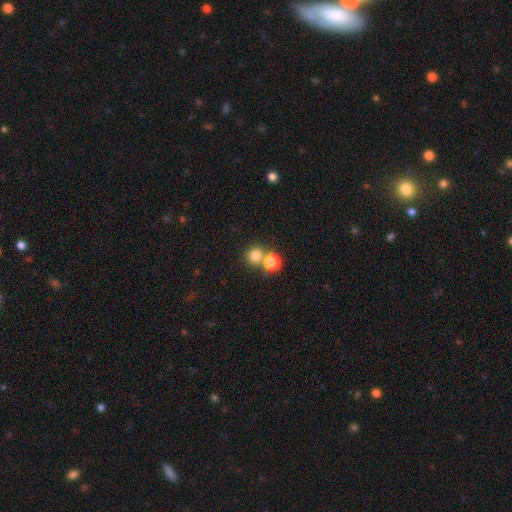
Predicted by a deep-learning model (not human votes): Smooth or featured?
  - smooth: 78% *
  - star or artifact: 15%
  - featured or disk: 7%
How rounded?
  - round: 87% *
  - in between: 12%
  - cigar-shaped: 1%
Merging?
  - none: 58% *
  - merger: 33%
  - minor disturbance: 6%
  - major disturbance: 3%